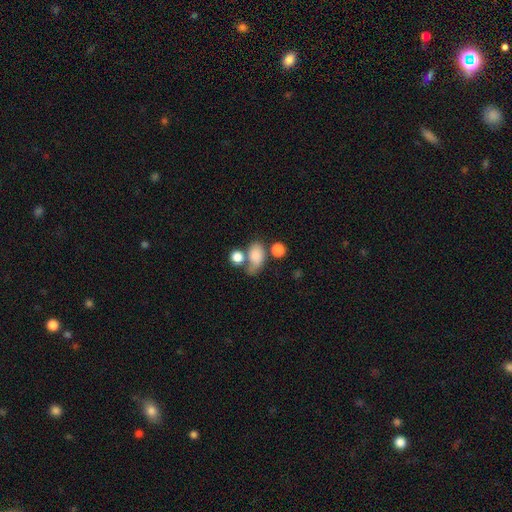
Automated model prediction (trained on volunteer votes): smooth-or-featured: smooth: 79% | featured or disk: 11% | star or artifact: 9%
  how-rounded: in between: 76% | round: 22% | cigar-shaped: 2%
  merging: none: 36% | merger: 32% | minor disturbance: 18% | major disturbance: 14%